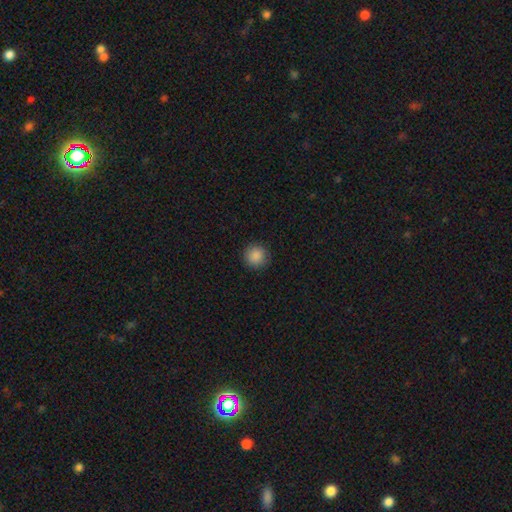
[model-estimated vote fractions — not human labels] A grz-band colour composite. It shows a smooth galaxy with no disk features (88%) that is round (95%). Merging: none (91%).